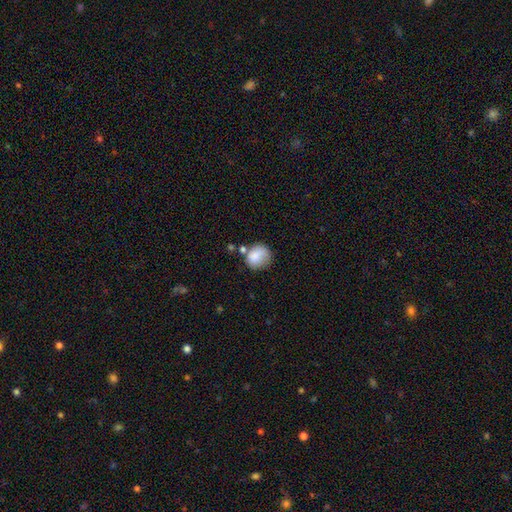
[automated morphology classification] smooth_or_featured: smooth (p=0.82) [alt: featured or disk p=0.10]
how_rounded: round (p=0.77) [alt: in between p=0.22]
merging: none (p=0.54) [alt: minor disturbance p=0.23]